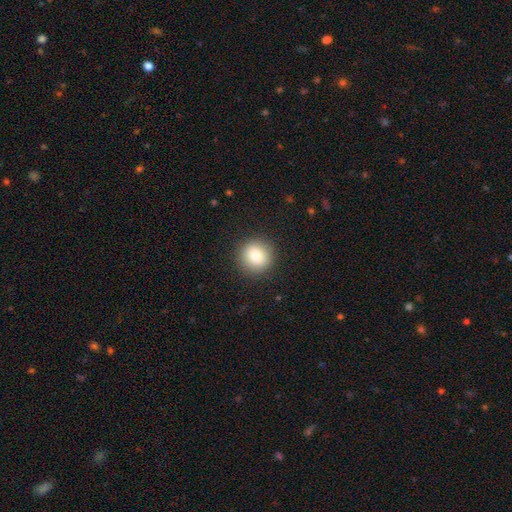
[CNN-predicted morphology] Smooth or featured? Predicted: smooth (p=0.83). How rounded? Predicted: round (p=0.93). Merging? Predicted: none (p=0.90).